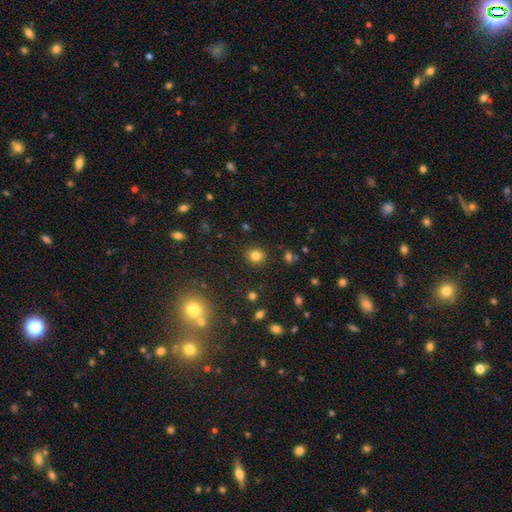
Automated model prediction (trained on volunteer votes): Smooth or featured?
  - smooth: 81% *
  - star or artifact: 13%
  - featured or disk: 6%
How rounded?
  - round: 76% *
  - in between: 23%
  - cigar-shaped: 1%
Merging?
  - none: 89% *
  - minor disturbance: 7%
  - major disturbance: 2%
  - merger: 2%